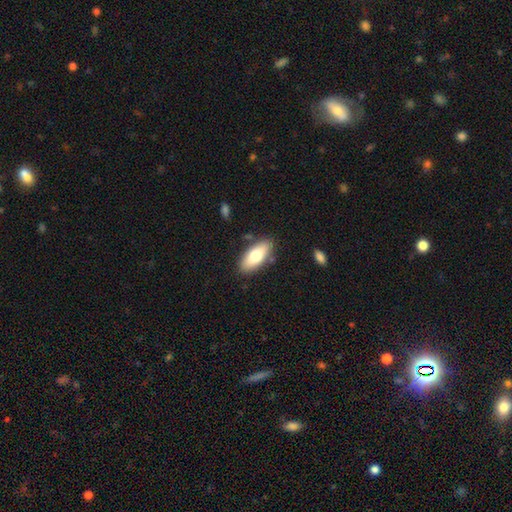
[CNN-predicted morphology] Q: Smooth or featured?
A: smooth (73%); runner-up: featured or disk (21%)
Q: How rounded?
A: in between (83%); runner-up: cigar-shaped (14%)
Q: Merging?
A: none (84%); runner-up: minor disturbance (11%)